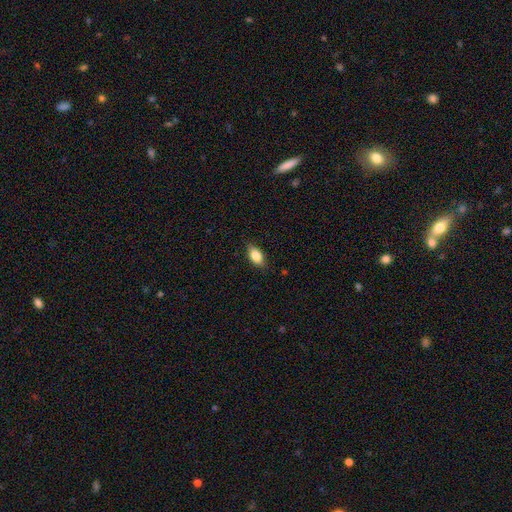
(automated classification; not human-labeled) Smooth or featured? Predicted: smooth (p=0.83). How rounded? Predicted: in between (p=0.88). Merging? Predicted: none (p=0.84).